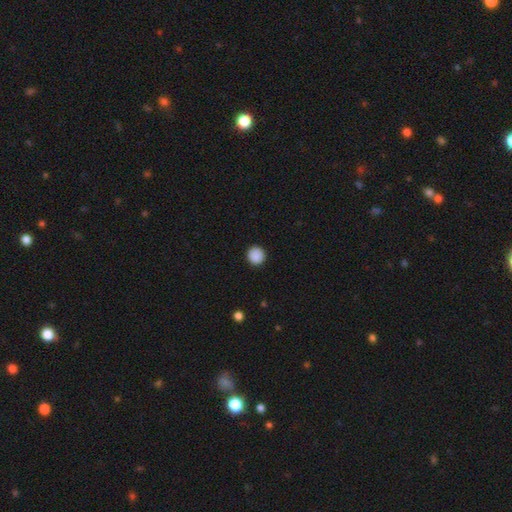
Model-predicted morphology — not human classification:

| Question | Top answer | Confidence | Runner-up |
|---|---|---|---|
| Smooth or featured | smooth | 89% | star or artifact (9%) |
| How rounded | round | 94% | in between (5%) |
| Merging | none | 91% | minor disturbance (6%) |